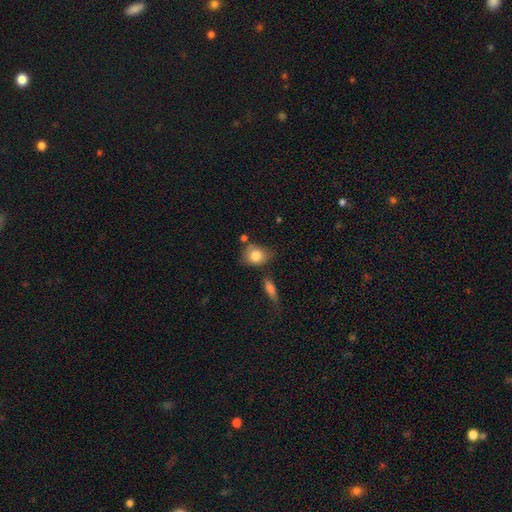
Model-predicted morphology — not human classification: Smooth or featured: smooth — 80% (featured or disk — 12%)
How rounded: in between — 54% (round — 45%)
Merging: none — 55% (minor disturbance — 24%)